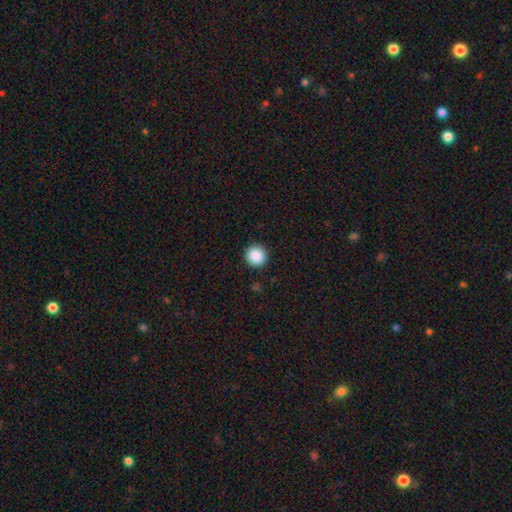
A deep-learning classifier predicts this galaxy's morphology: Smooth or featured? smooth (88%)
How rounded? round (96%)
Merging? none (92%)